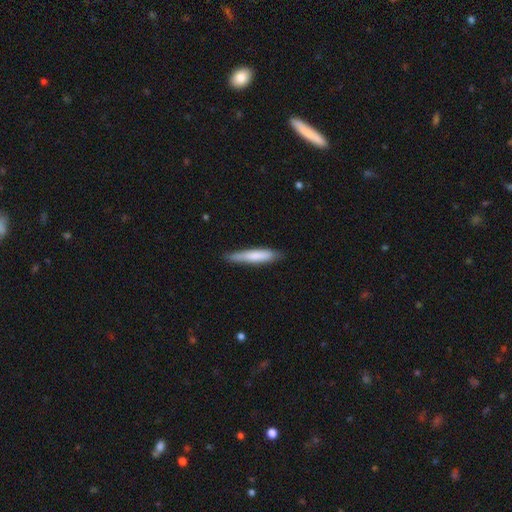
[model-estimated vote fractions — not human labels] The model was most divided on "smooth or featured": smooth: 76%, featured or disk: 19%, star or artifact: 5%. More confident: how rounded — cigar-shaped (87%); merging — none (80%).